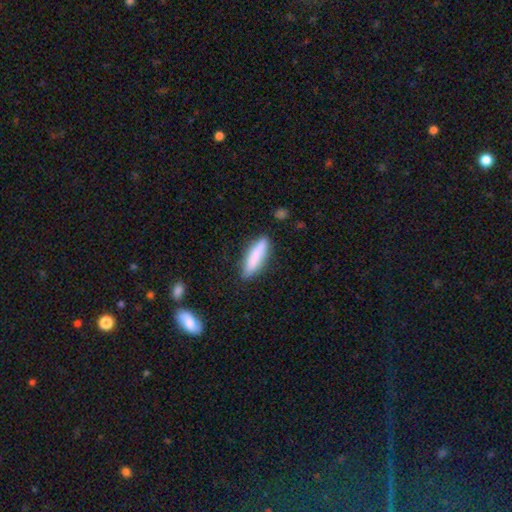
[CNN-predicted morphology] The model was most divided on "how rounded": cigar-shaped: 76%, in between: 22%, round: 2%. More confident: merging — none (85%); smooth or featured — smooth (78%).